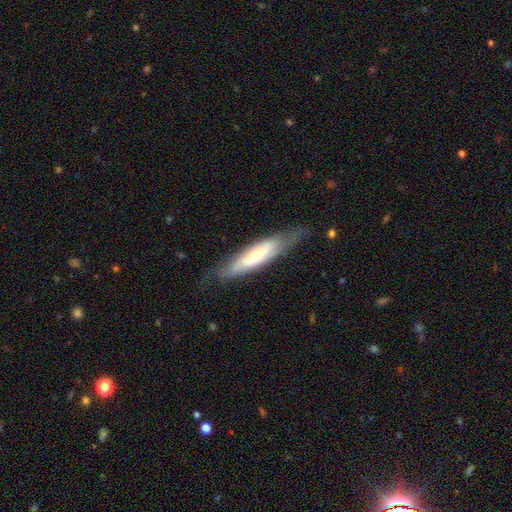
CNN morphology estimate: Q: Smooth or featured?
A: featured or disk (54%); runner-up: smooth (38%)
Q: Edge-on disk?
A: yes (67%); runner-up: no (33%)
Q: Merging?
A: none (76%); runner-up: minor disturbance (18%)